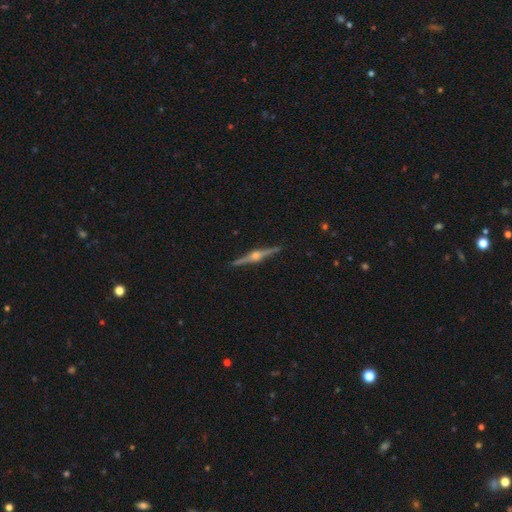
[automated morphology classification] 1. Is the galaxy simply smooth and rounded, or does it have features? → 88% featured or disk, 7% smooth, 5% star or artifact.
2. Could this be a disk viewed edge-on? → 99% yes, 1% no.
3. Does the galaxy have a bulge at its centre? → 94% rounded, 4% boxy, 2% none.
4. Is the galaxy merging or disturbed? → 93% none, 5% minor disturbance, 1% major disturbance, 1% merger.